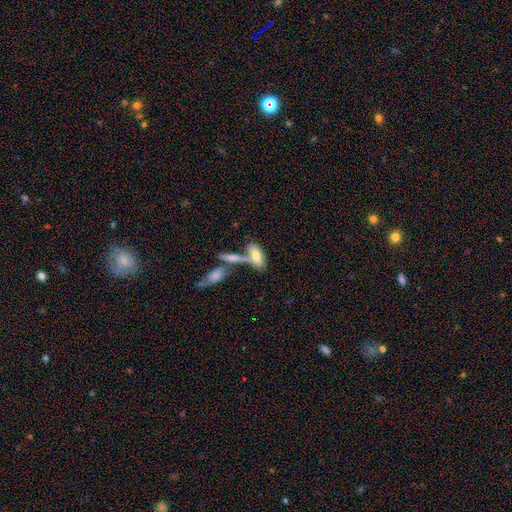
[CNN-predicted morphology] A smooth galaxy with no disk features (68%) that is in between round and cigar-shaped (79%). Merging: none (42%).